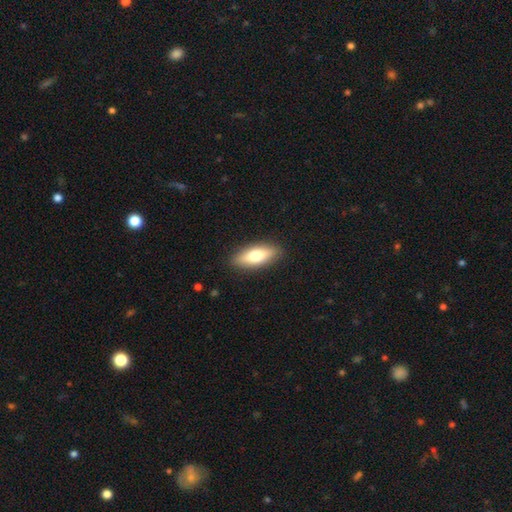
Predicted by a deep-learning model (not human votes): Smooth or featured? smooth (65%)
How rounded? in between (66%)
Merging? none (89%)